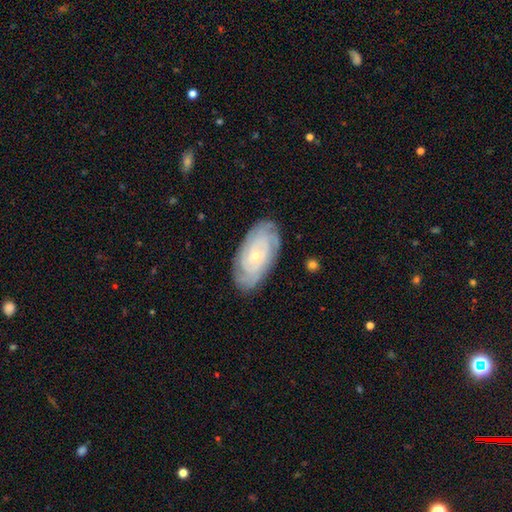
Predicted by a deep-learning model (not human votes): featured or disk 82%, smooth 12%, star or artifact 6%. Down the decision tree: edge-on disk — no (95%); bar — no (75%); spiral arms — yes (96%); spiral arm count — can't tell (34%); spiral winding — tight (82%); bulge size — small (77%); merging — none (83%).